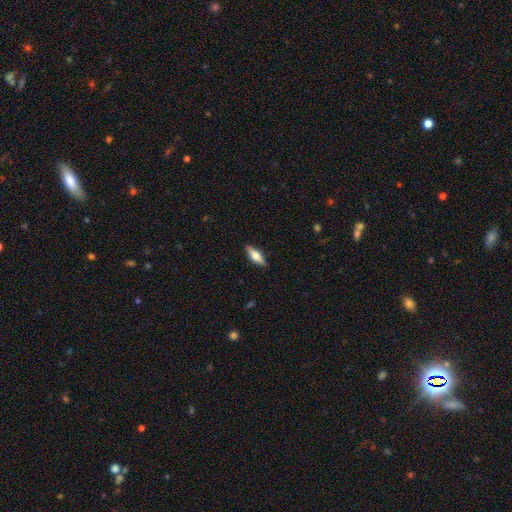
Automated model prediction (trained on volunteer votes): The model was most divided on "how rounded": in between: 54%, cigar-shaped: 43%, round: 2%. More confident: merging — none (88%); smooth or featured — smooth (55%).